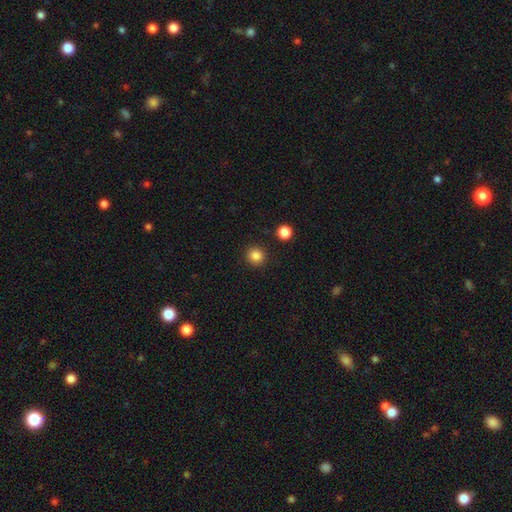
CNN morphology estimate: smooth_or_featured: smooth (p=0.85) [alt: star or artifact p=0.12]
how_rounded: round (p=0.94) [alt: in between p=0.05]
merging: none (p=0.92) [alt: minor disturbance p=0.04]